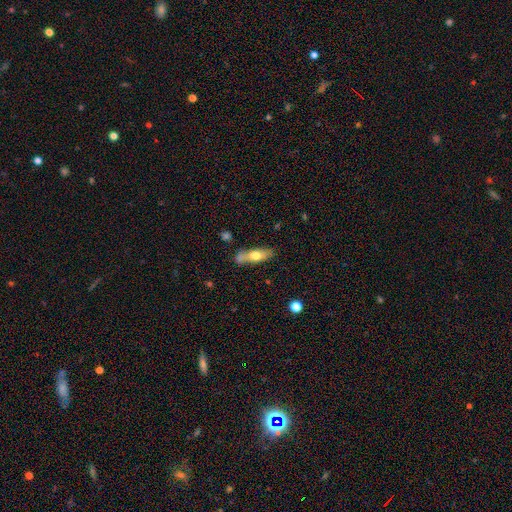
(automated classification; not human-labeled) Smooth or featured: smooth — 61% (featured or disk — 33%)
How rounded: in between — 52% (cigar-shaped — 45%)
Merging: none — 60% (minor disturbance — 19%)